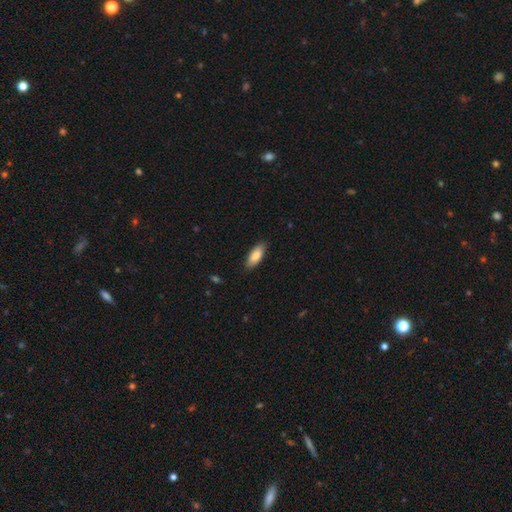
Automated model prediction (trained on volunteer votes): This is clearly a smooth galaxy (85%). How rounded: likely in between (77%). Merging: clearly none (87%).